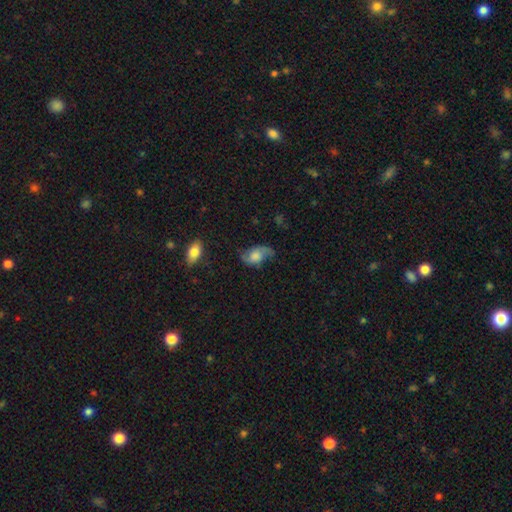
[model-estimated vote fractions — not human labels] A featured or disk galaxy (49%).

Vote fractions:
- Smooth or featured? featured or disk: 49% / smooth: 42% / star or artifact: 9%
- Merging? none: 54% / minor disturbance: 29% / major disturbance: 15% / merger: 2%